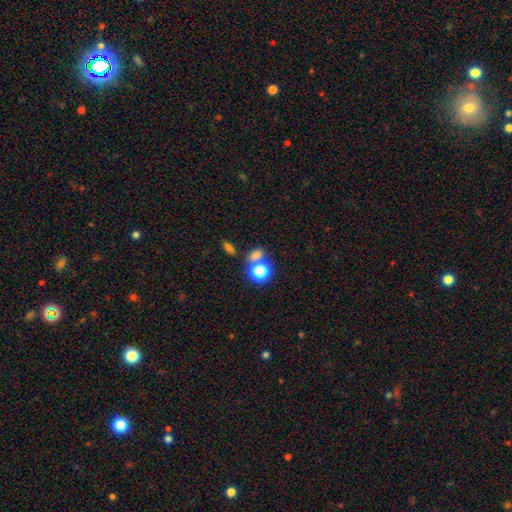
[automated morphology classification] smooth_or_featured: smooth (p=0.71) [alt: star or artifact p=0.20]
how_rounded: round (p=0.51) [alt: in between p=0.46]
merging: none (p=0.55) [alt: merger p=0.32]